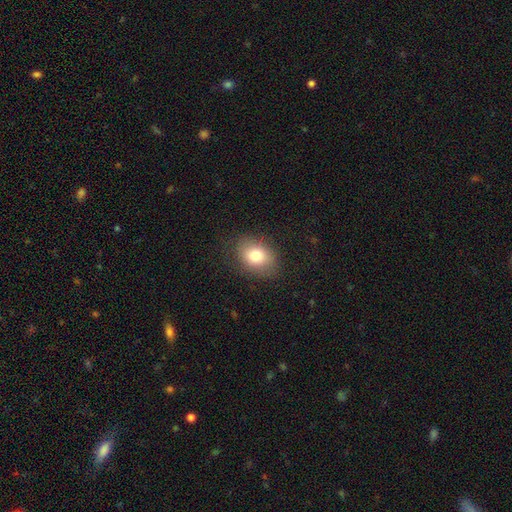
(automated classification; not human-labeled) smooth 78%, featured or disk 12%, star or artifact 10%. Down the decision tree: how rounded — in between (66%); merging — none (82%).